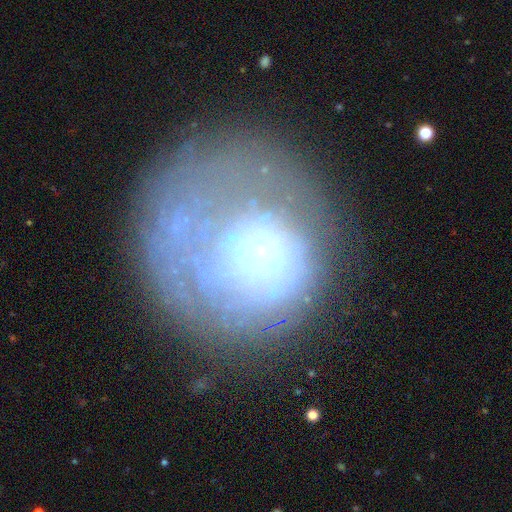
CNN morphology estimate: This appears to be a featured or disk galaxy (49%). Merging: none (53%).